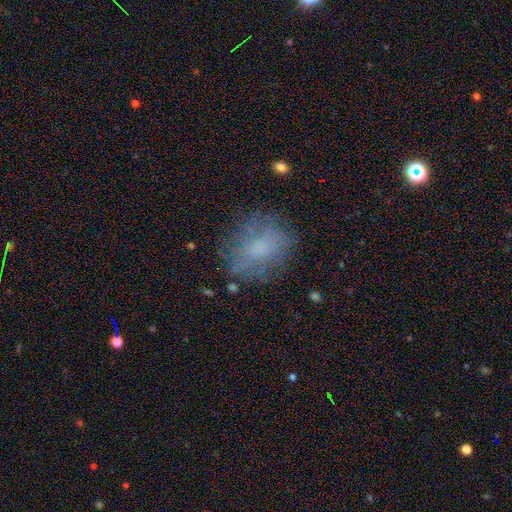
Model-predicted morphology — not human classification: Smooth or featured: smooth — 55% (featured or disk — 26%)
How rounded: round — 51% (in between — 47%)
Merging: none — 73% (minor disturbance — 17%)